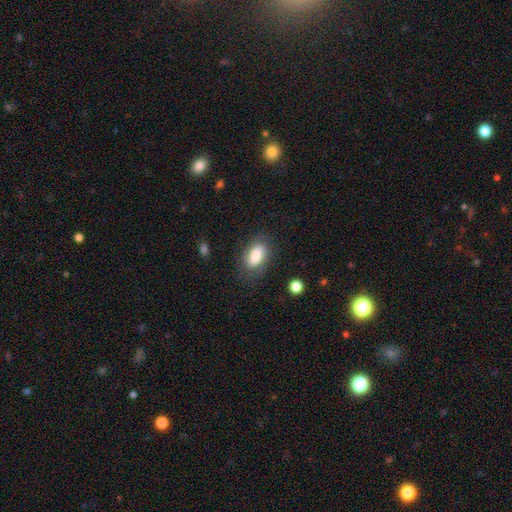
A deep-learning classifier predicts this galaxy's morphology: This is likely a smooth galaxy (80%). How rounded: clearly in between (91%). Merging: likely none (75%).